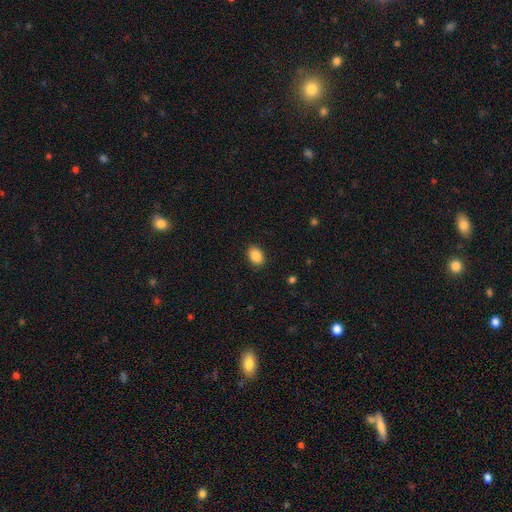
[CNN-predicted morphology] smooth-or-featured: smooth: 87% | star or artifact: 8% | featured or disk: 5%
  how-rounded: in between: 80% | round: 18% | cigar-shaped: 1%
  merging: none: 89% | minor disturbance: 8% | major disturbance: 2% | merger: 1%